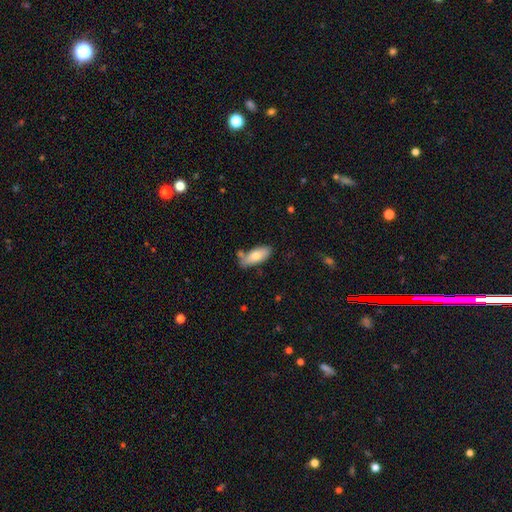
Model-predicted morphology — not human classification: A smooth galaxy with no disk features (73%) that is in between round and cigar-shaped (81%).

Vote fractions:
- Smooth or featured? smooth: 73% / featured or disk: 21% / star or artifact: 6%
- How rounded? in between: 81% / cigar-shaped: 16% / round: 2%
- Merging? none: 66% / minor disturbance: 19% / merger: 11% / major disturbance: 4%